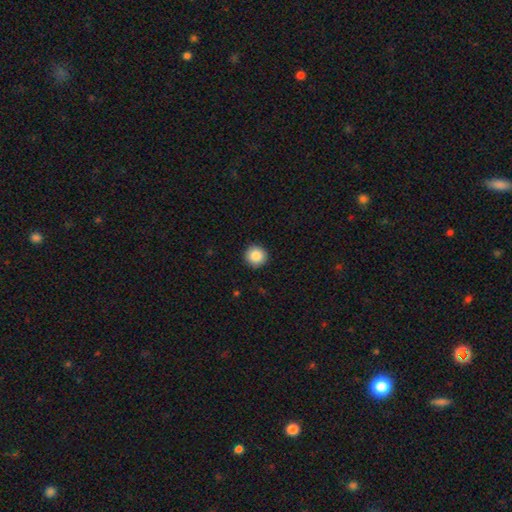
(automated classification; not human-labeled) Morphology: type=smooth (86%); roundness=round (95%); merging=none (92%).